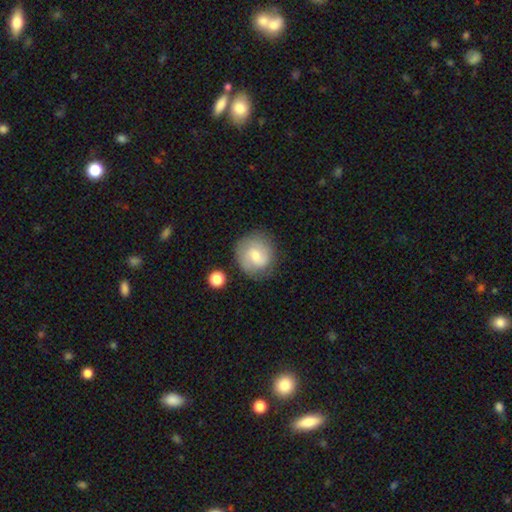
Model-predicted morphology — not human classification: Overall: smooth (51%; featured or disk 42%). How rounded: round (87%). Merging: none (76%).